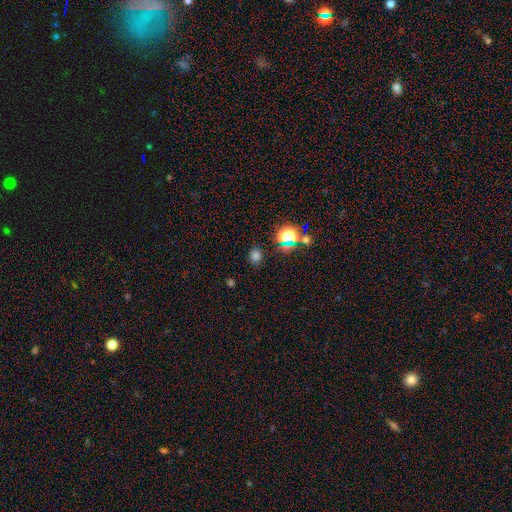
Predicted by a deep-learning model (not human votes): Smooth or featured?
  - smooth: 72% *
  - star or artifact: 23%
  - featured or disk: 5%
How rounded?
  - round: 69% *
  - in between: 30%
  - cigar-shaped: 1%
Merging?
  - none: 84% *
  - minor disturbance: 10%
  - major disturbance: 3%
  - merger: 3%